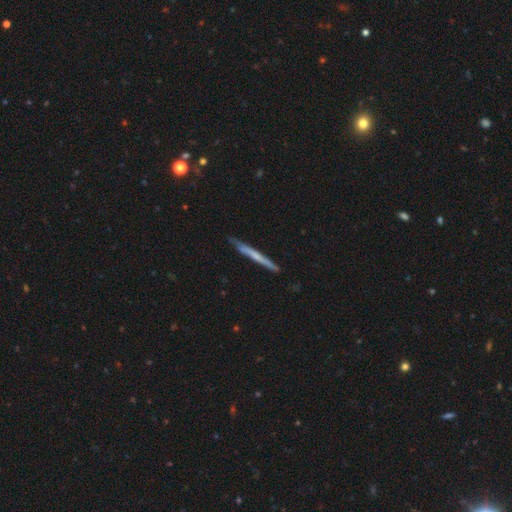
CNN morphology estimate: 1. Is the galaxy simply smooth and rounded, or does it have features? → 53% featured or disk, 41% smooth, 6% star or artifact.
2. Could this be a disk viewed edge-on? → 96% yes, 4% no.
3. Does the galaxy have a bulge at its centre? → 66% none, 27% rounded, 7% boxy.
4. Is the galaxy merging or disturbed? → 84% none, 13% minor disturbance, 2% major disturbance, 1% merger.